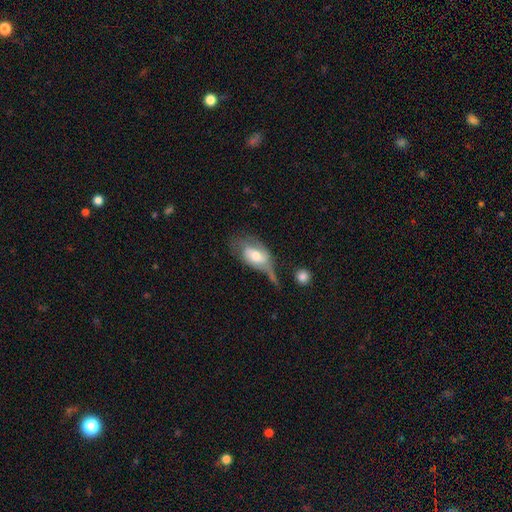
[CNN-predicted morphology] A featured or disk galaxy (52%).

Vote fractions:
- Smooth or featured? featured or disk: 52% / smooth: 42% / star or artifact: 7%
- Edge-on disk? no: 89% / yes: 11%
- Merging? major disturbance: 34% / none: 27% / minor disturbance: 26% / merger: 13%